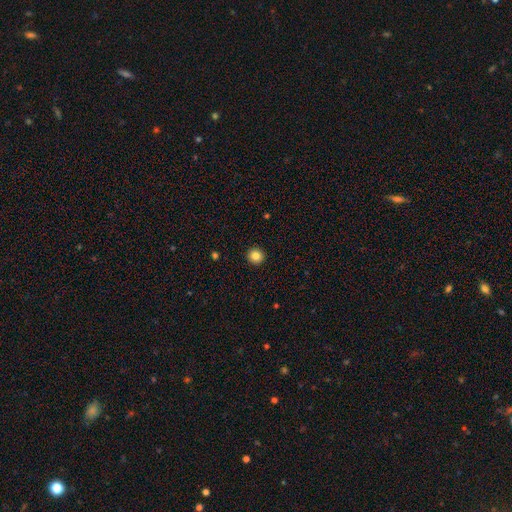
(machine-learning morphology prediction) Smooth or featured? smooth (84%)
How rounded? round (94%)
Merging? none (94%)